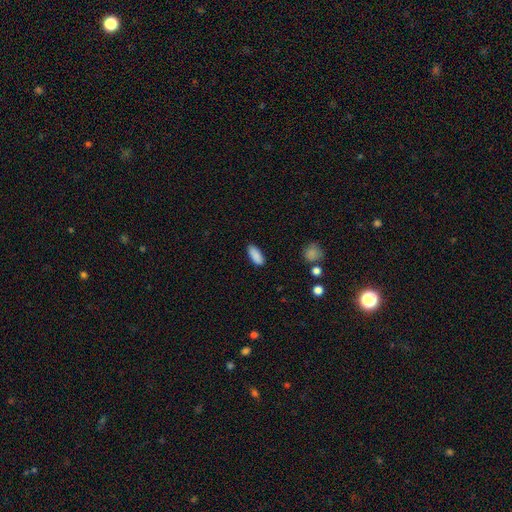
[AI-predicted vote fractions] Morphology: type=smooth (88%); roundness=in between (79%); merging=none (85%).